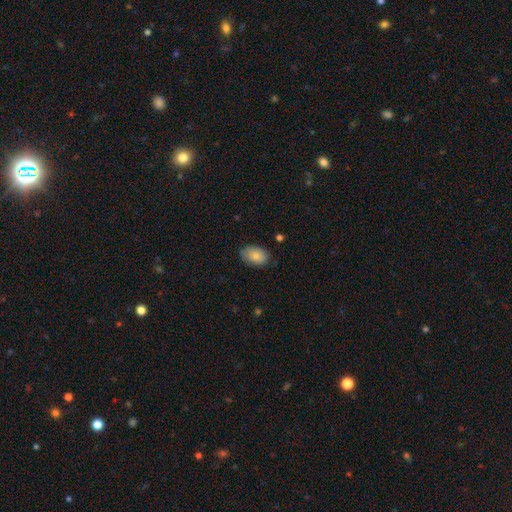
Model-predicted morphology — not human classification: Smooth or featured? smooth (82%)
How rounded? in between (87%)
Merging? none (75%)